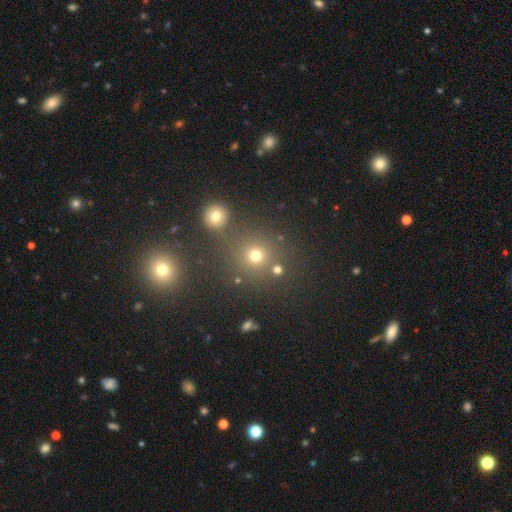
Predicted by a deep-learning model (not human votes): This appears to be a smooth galaxy with no disk features (71%) that is round (90%). Merging: none (75%).